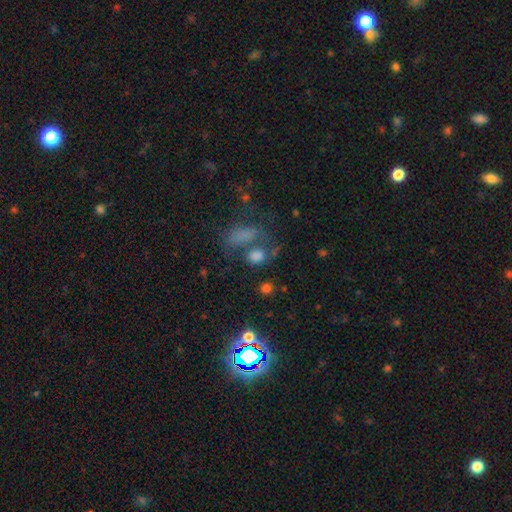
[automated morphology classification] smooth 60%, star or artifact 29%, featured or disk 11%. Down the decision tree: how rounded — in between (50%); merging — none (51%).